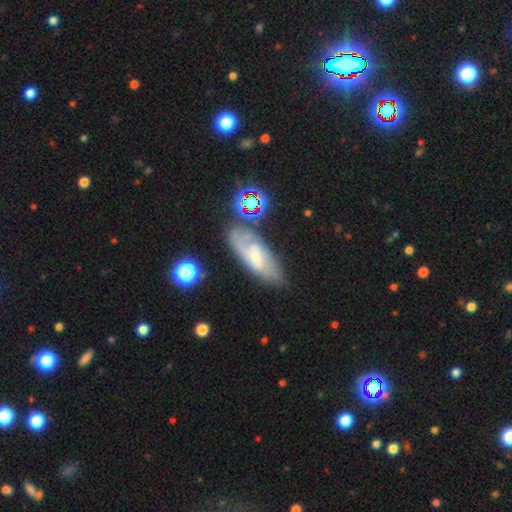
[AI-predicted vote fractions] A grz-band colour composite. It shows a featured or disk galaxy (64%) with no bar (54%), spiral arms (82%) and a small central bulge (58%). Merging: none (69%).